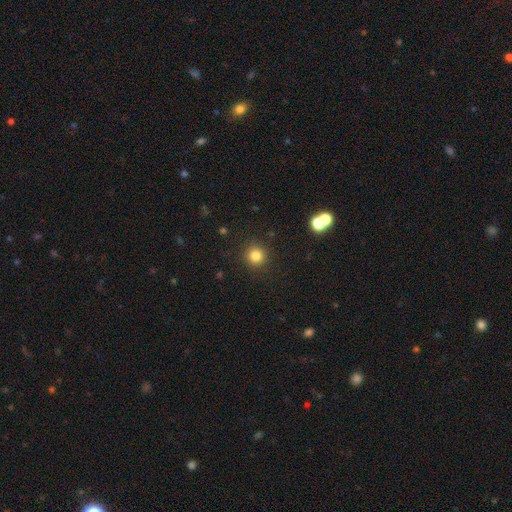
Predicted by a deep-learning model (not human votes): Smooth or featured? smooth (82%)
How rounded? round (94%)
Merging? none (90%)